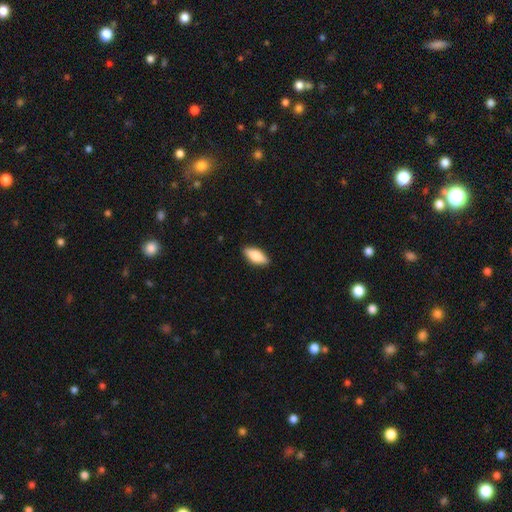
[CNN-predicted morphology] Smooth or featured? Predicted: smooth (p=0.78). How rounded? Predicted: in between (p=0.82). Merging? Predicted: none (p=0.89).